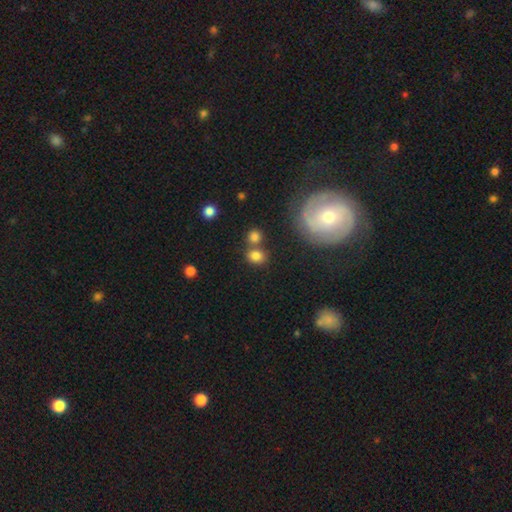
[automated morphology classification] A smooth galaxy with no disk features (80%) that is round (57%).

Vote fractions:
- Smooth or featured? smooth: 80% / star or artifact: 12% / featured or disk: 8%
- How rounded? round: 57% / in between: 42% / cigar-shaped: 1%
- Merging? none: 64% / merger: 21% / minor disturbance: 11% / major disturbance: 4%